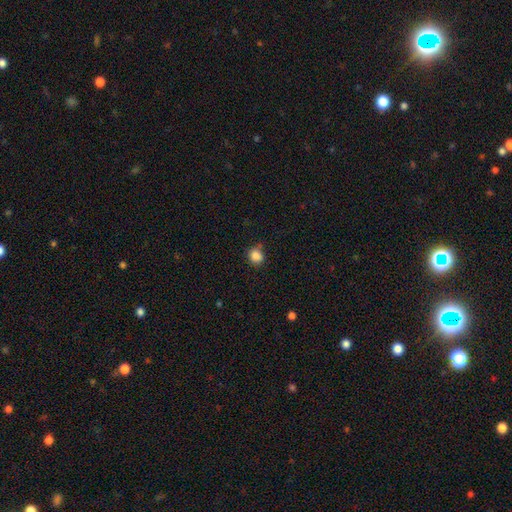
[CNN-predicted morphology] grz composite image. It shows a smooth galaxy with no disk features (85%) that is round (72%). Merging: none (71%).